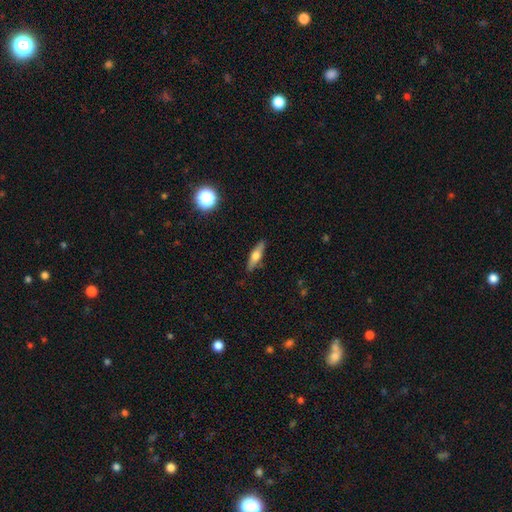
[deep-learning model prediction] Morphology: type=smooth (54%); roundness=cigar-shaped (63%); merging=none (86%).